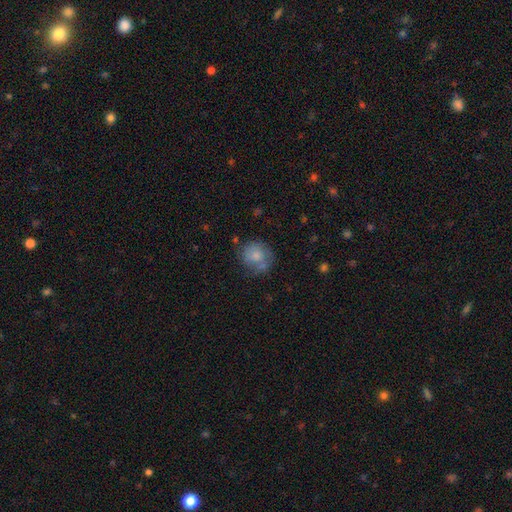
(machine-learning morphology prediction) A smooth galaxy with no disk features (72%) that is round (80%).

Vote fractions:
- Smooth or featured? smooth: 72% / featured or disk: 19% / star or artifact: 8%
- How rounded? round: 80% / in between: 19% / cigar-shaped: 1%
- Merging? none: 53% / minor disturbance: 24% / merger: 13% / major disturbance: 10%